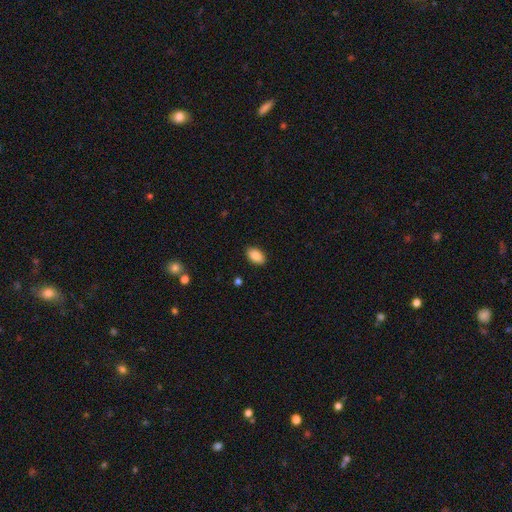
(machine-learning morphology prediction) Q: Smooth or featured?
A: smooth (88%); runner-up: star or artifact (7%)
Q: How rounded?
A: in between (93%); runner-up: round (5%)
Q: Merging?
A: none (89%); runner-up: minor disturbance (8%)